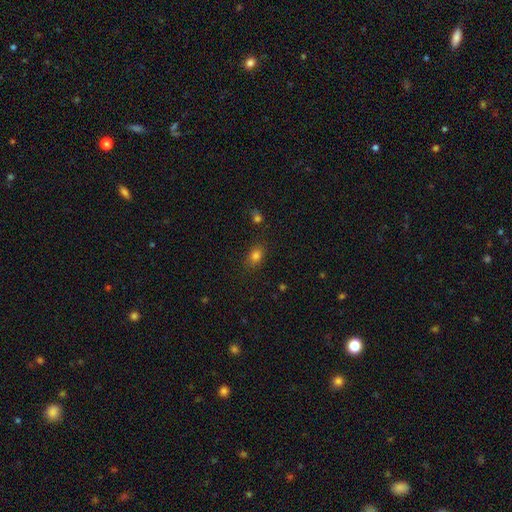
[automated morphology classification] This appears to be a smooth galaxy with no disk features (80%) that is in between round and cigar-shaped (63%). Merging: none (81%).